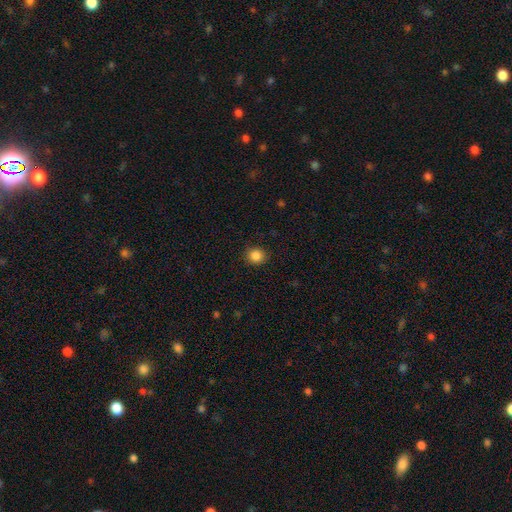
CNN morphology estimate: smooth_or_featured: smooth (p=0.86) [alt: star or artifact p=0.11]
how_rounded: round (p=0.87) [alt: in between p=0.12]
merging: none (p=0.89) [alt: minor disturbance p=0.08]